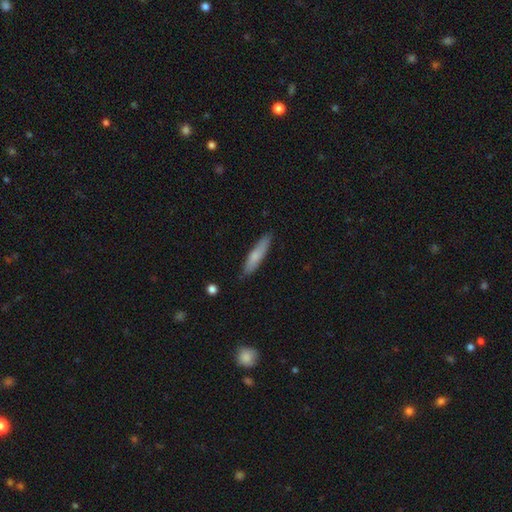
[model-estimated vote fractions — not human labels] Smooth or featured: smooth — 71% (featured or disk — 24%)
How rounded: cigar-shaped — 85% (in between — 14%)
Merging: none — 85% (minor disturbance — 12%)